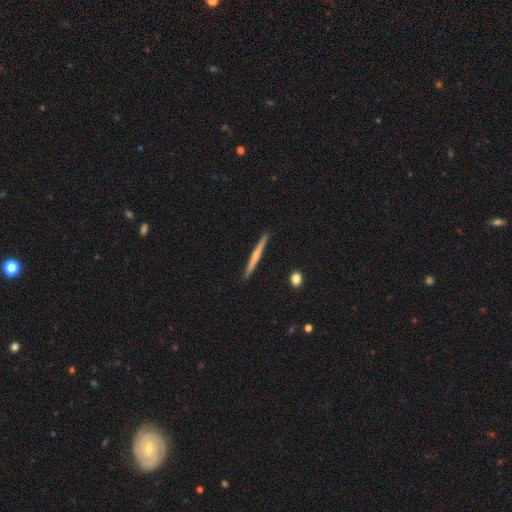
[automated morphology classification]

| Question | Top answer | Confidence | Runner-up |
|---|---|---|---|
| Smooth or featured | featured or disk | 48% | smooth (46%) |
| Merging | none | 91% | minor disturbance (6%) |